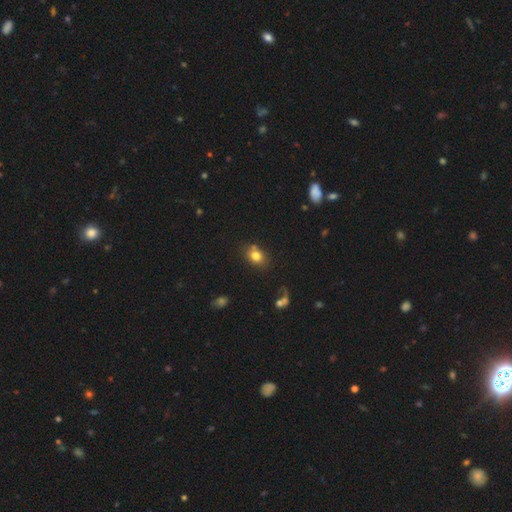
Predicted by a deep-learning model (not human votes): Smooth or featured? smooth (78%)
How rounded? in between (55%)
Merging? none (70%)